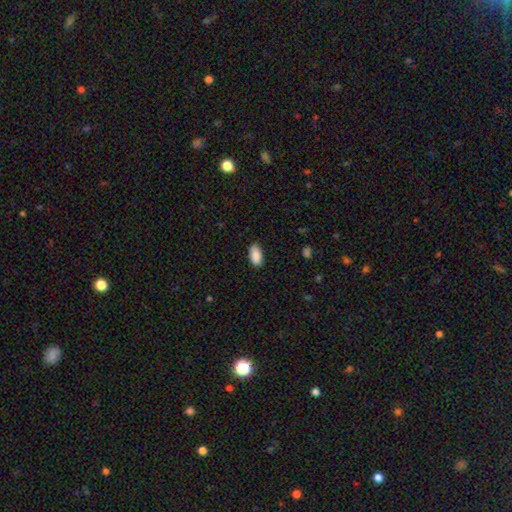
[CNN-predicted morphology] smooth_or_featured: smooth (p=0.90) [alt: star or artifact p=0.07]
how_rounded: in between (p=0.93) [alt: cigar-shaped p=0.05]
merging: none (p=0.82) [alt: minor disturbance p=0.15]